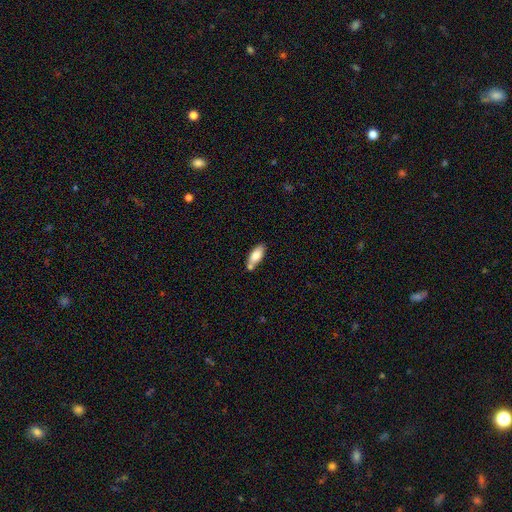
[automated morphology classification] The model was most divided on "merging": none: 56%, merger: 24%, minor disturbance: 17%, major disturbance: 4%. More confident: how rounded — in between (79%); smooth or featured — smooth (77%).